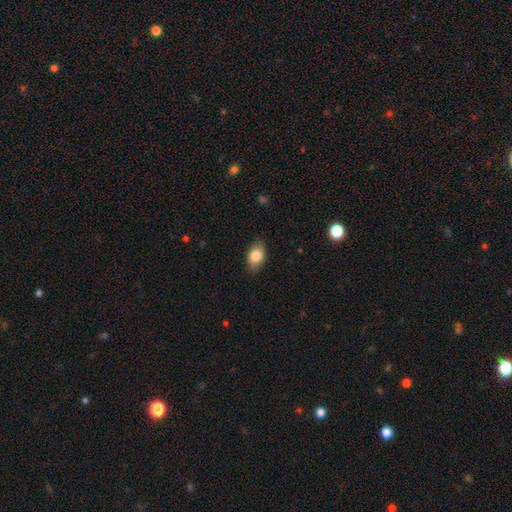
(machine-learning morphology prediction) Smooth or featured?
  - smooth: 83% *
  - featured or disk: 10%
  - star or artifact: 7%
How rounded?
  - in between: 84% *
  - round: 14%
  - cigar-shaped: 2%
Merging?
  - none: 83% *
  - minor disturbance: 13%
  - major disturbance: 3%
  - merger: 1%